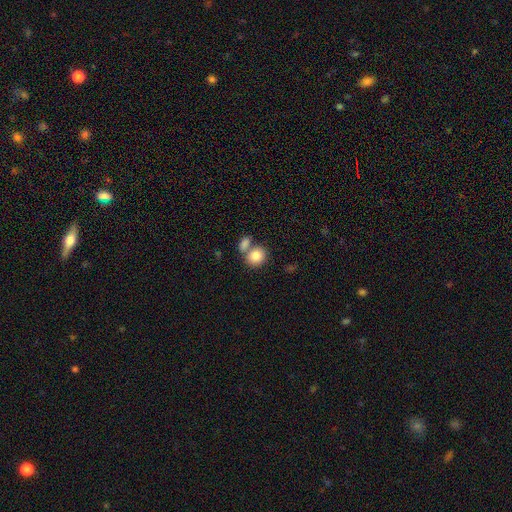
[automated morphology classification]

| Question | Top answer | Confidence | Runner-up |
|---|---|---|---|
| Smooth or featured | smooth | 83% | featured or disk (8%) |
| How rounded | round | 71% | in between (28%) |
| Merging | none | 49% | merger (39%) |